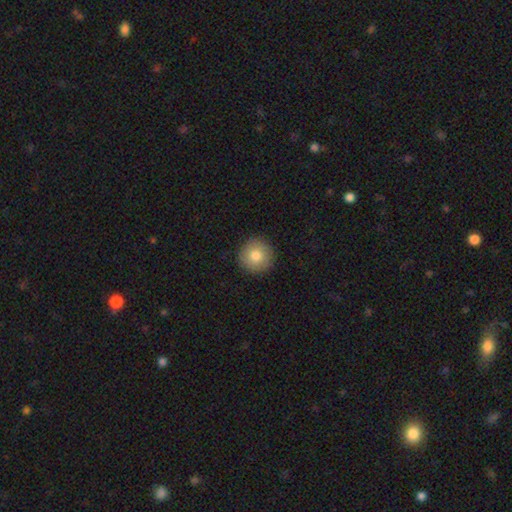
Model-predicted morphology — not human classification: smooth 81%, featured or disk 11%, star or artifact 8%. Down the decision tree: how rounded — round (95%); merging — none (91%).